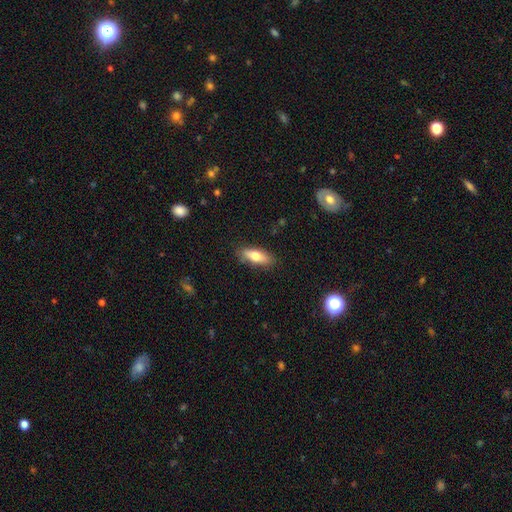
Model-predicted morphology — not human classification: Smooth or featured?
  - smooth: 70% *
  - featured or disk: 24%
  - star or artifact: 6%
How rounded?
  - in between: 65% *
  - cigar-shaped: 32%
  - round: 3%
Merging?
  - none: 85% *
  - minor disturbance: 12%
  - major disturbance: 2%
  - merger: 1%